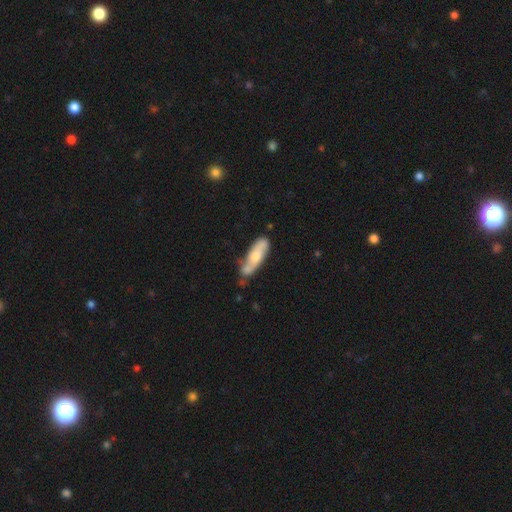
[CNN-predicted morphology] smooth-or-featured: smooth: 50% | featured or disk: 45% | star or artifact: 5%
  merging: none: 61% | minor disturbance: 25% | merger: 8% | major disturbance: 6%